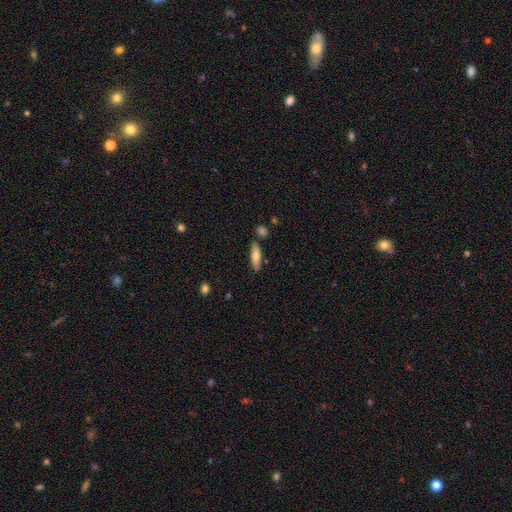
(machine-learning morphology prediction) Q: Smooth or featured?
A: smooth (69%); runner-up: featured or disk (24%)
Q: How rounded?
A: cigar-shaped (64%); runner-up: in between (33%)
Q: Merging?
A: none (80%); runner-up: minor disturbance (12%)